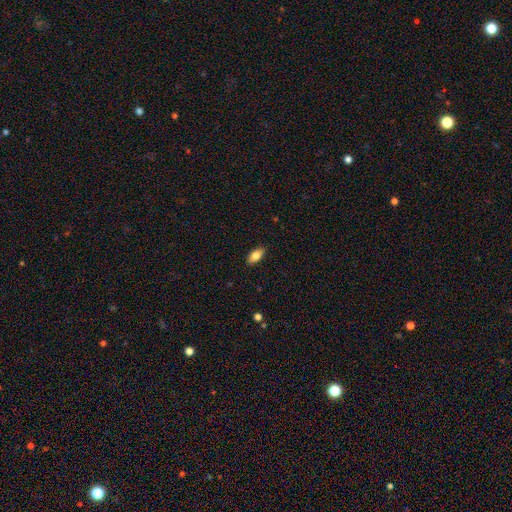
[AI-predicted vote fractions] Morphology: type=smooth (80%); roundness=in between (88%); merging=none (89%).